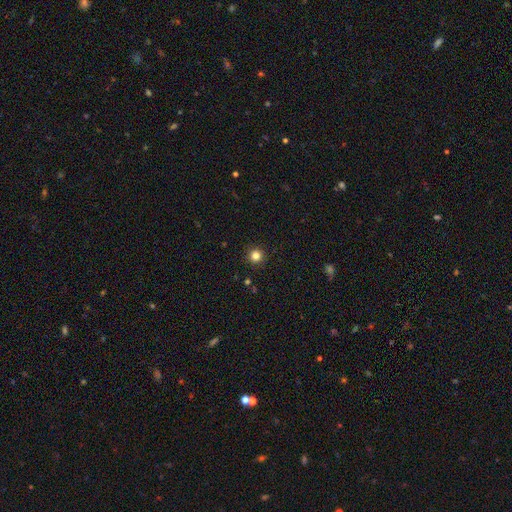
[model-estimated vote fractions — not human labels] Smooth or featured?
  - smooth: 82% *
  - star or artifact: 13%
  - featured or disk: 5%
How rounded?
  - round: 96% *
  - in between: 3%
  - cigar-shaped: 1%
Merging?
  - none: 93% *
  - minor disturbance: 4%
  - major disturbance: 2%
  - merger: 1%